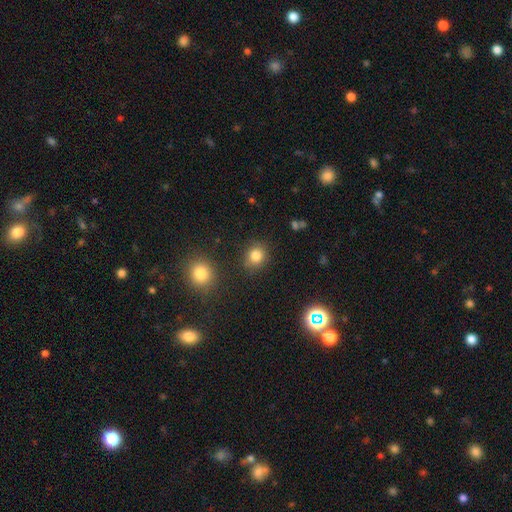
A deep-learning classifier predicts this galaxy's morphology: smooth 82%, star or artifact 12%, featured or disk 6%. Down the decision tree: how rounded — round (78%); merging — none (81%).